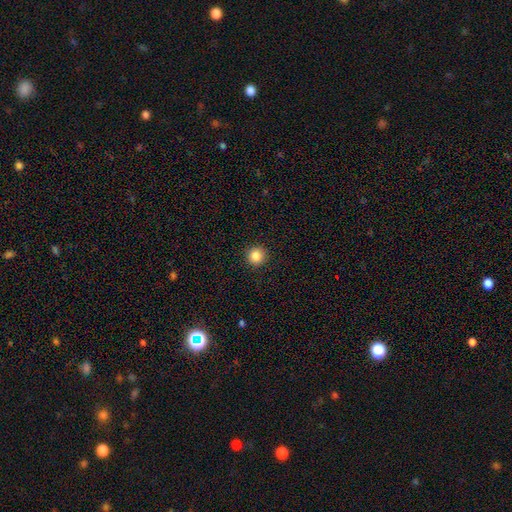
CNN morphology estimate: Overall: smooth (85%). How rounded: round (94%). Merging: none (93%).